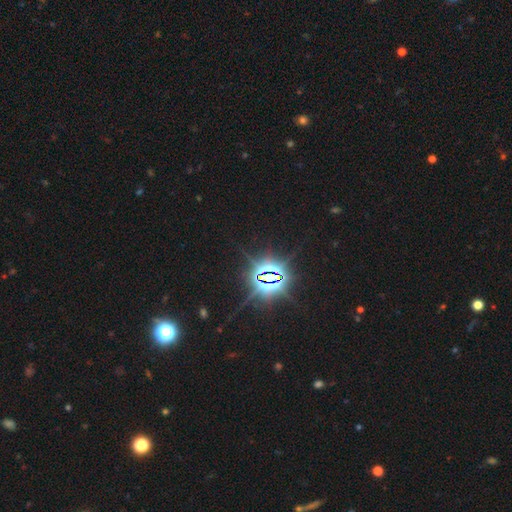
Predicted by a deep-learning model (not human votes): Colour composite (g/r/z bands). It shows a star or artifact, not a galaxy (83%).